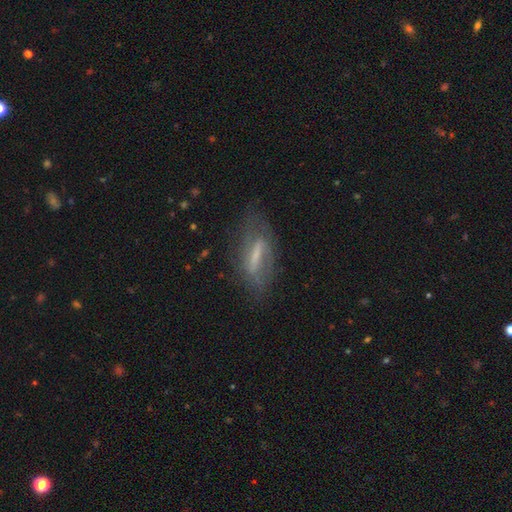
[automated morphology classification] smooth-or-featured: featured or disk: 60% | smooth: 31% | star or artifact: 9%
  disk-edge-on: no: 73% | yes: 27%
  merging: none: 66% | minor disturbance: 21% | major disturbance: 11% | merger: 2%